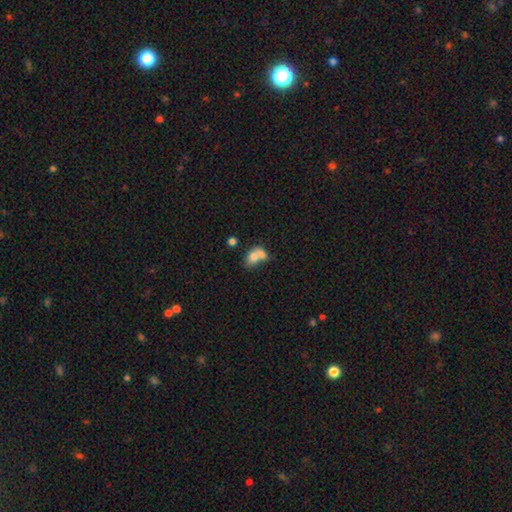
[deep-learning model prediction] This is likely a smooth galaxy (72%). How rounded: likely in between (72%). Merging: likely merger (66%).